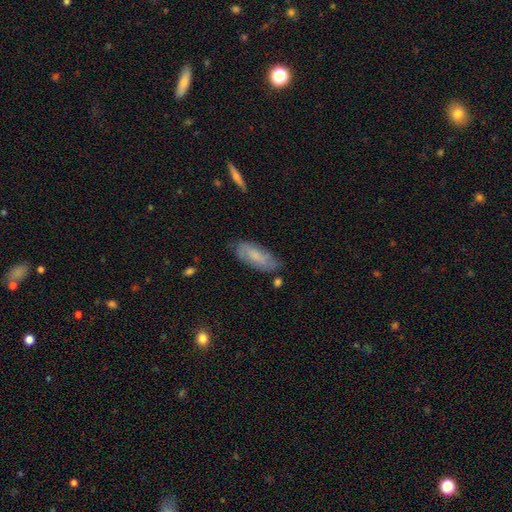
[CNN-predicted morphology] This appears to be a smooth galaxy with no disk features (56%) that is in between round and cigar-shaped (76%). Merging: none (72%).